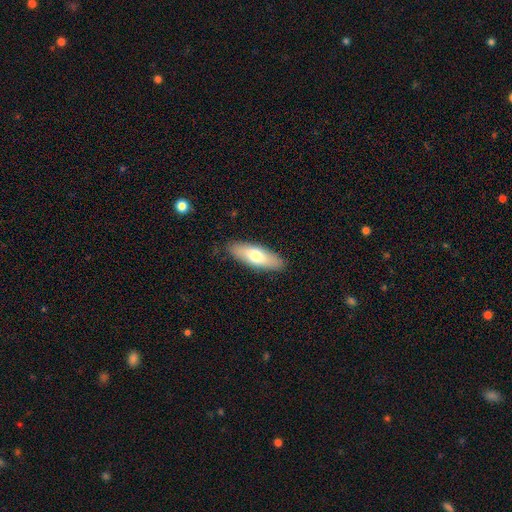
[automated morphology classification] Smooth or featured: smooth — 68% (featured or disk — 26%)
How rounded: in between — 57% (cigar-shaped — 41%)
Merging: none — 88% (minor disturbance — 9%)